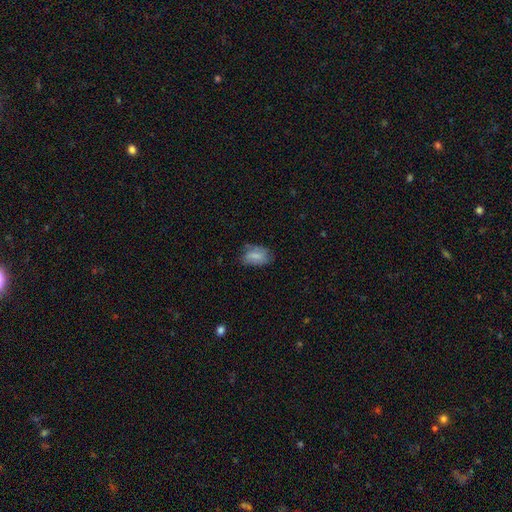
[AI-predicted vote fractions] Smooth or featured? smooth (75%)
How rounded? in between (89%)
Merging? none (58%)